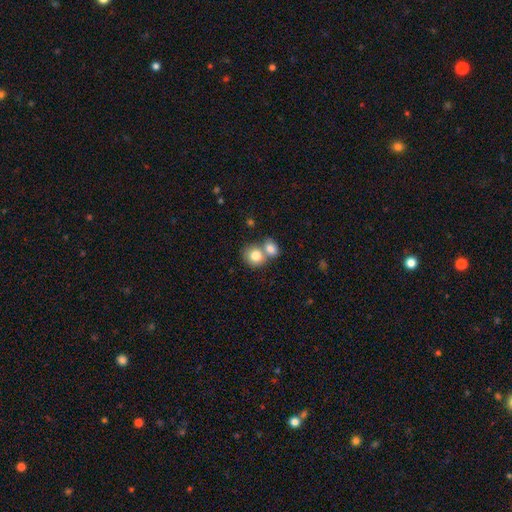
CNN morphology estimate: smooth 79%, featured or disk 12%, star or artifact 8%. Down the decision tree: how rounded — round (72%); merging — merger (56%).